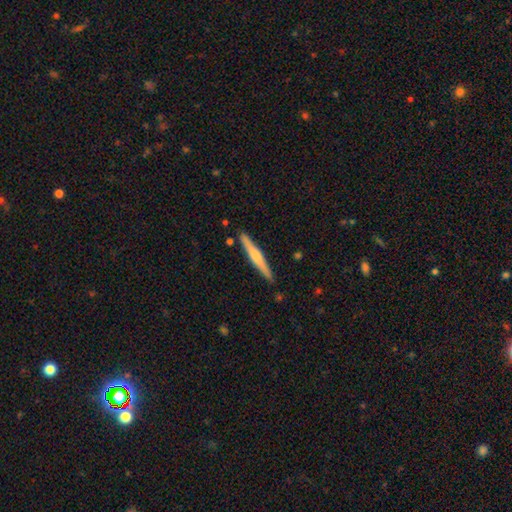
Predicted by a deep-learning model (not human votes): smooth-or-featured: featured or disk: 51% | smooth: 44% | star or artifact: 5%
  disk-edge-on: yes: 97% | no: 3%
  merging: none: 89% | minor disturbance: 8% | merger: 2% | major disturbance: 1%